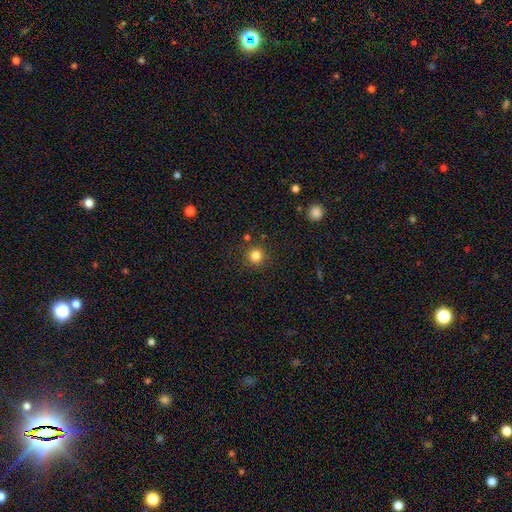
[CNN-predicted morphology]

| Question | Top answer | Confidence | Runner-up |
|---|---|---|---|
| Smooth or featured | smooth | 83% | star or artifact (12%) |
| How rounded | round | 95% | in between (4%) |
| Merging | none | 87% | minor disturbance (7%) |